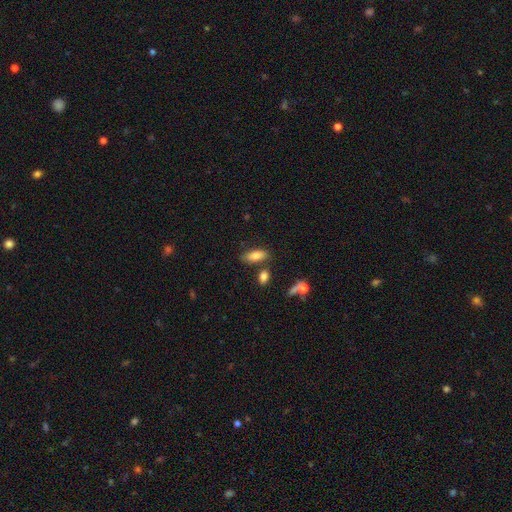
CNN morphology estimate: The model was most divided on "merging": none: 70%, minor disturbance: 15%, merger: 10%, major disturbance: 4%. More confident: smooth or featured — smooth (80%); how rounded — in between (80%).